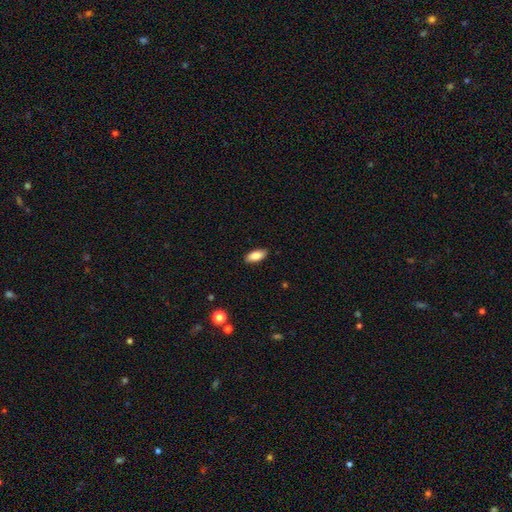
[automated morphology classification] The model was most divided on "how rounded": in between: 85%, cigar-shaped: 13%, round: 2%. More confident: merging — none (88%); smooth or featured — smooth (85%).